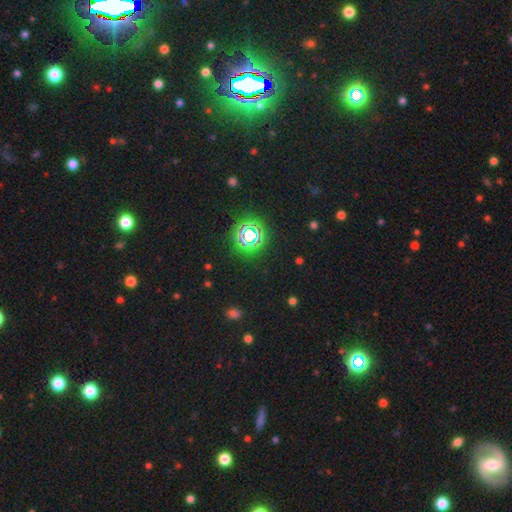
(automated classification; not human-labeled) star or artifact 61%, smooth 33%, featured or disk 6%.